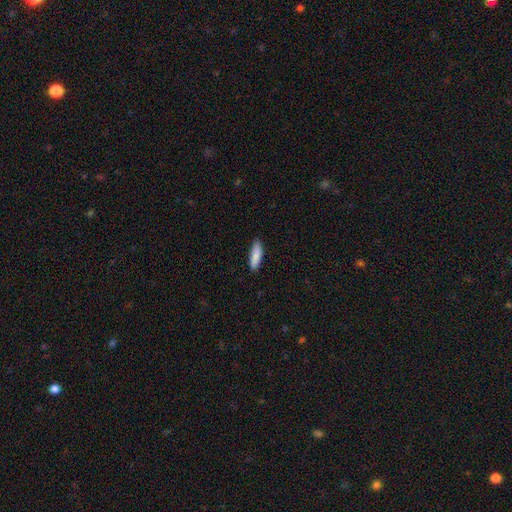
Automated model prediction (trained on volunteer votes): smooth_or_featured: smooth (p=0.88) [alt: featured or disk p=0.06]
how_rounded: cigar-shaped (p=0.57) [alt: in between p=0.41]
merging: none (p=0.84) [alt: minor disturbance p=0.13]